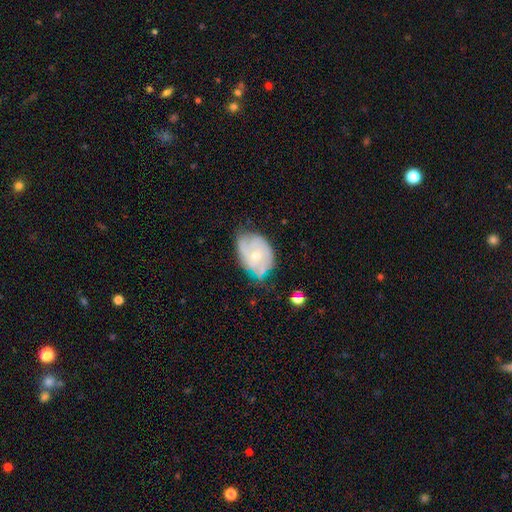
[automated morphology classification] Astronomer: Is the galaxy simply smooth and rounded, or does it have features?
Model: featured or disk — 66%.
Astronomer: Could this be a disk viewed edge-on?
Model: no — 96%.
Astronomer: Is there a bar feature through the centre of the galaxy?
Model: no — 81%.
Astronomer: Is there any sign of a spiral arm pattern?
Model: yes — 74%.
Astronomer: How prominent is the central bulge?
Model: small — 56% (runner-up: moderate, 41%).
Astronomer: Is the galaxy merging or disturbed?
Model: none — 52% (runner-up: minor disturbance, 34%).